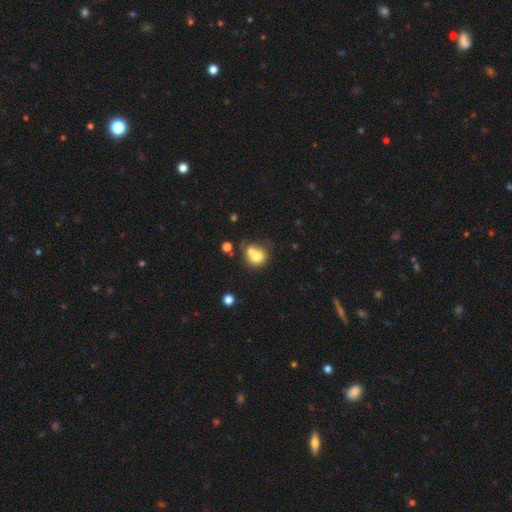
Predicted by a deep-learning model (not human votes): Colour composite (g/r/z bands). It shows a smooth galaxy with no disk features (73%) that is round (73%). Merging: merger (54%).